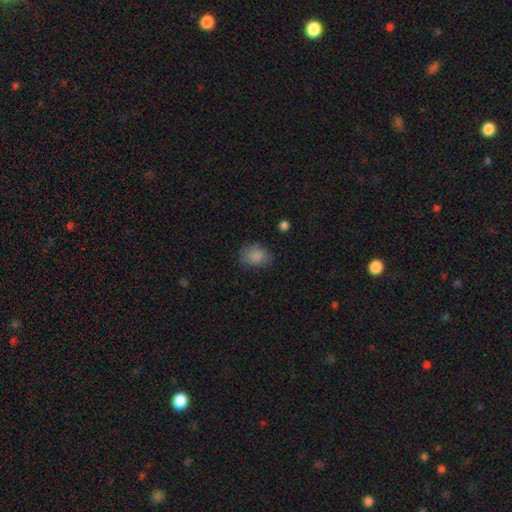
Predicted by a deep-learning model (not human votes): Smooth or featured? smooth (84%)
How rounded? in between (56%)
Merging? none (71%)